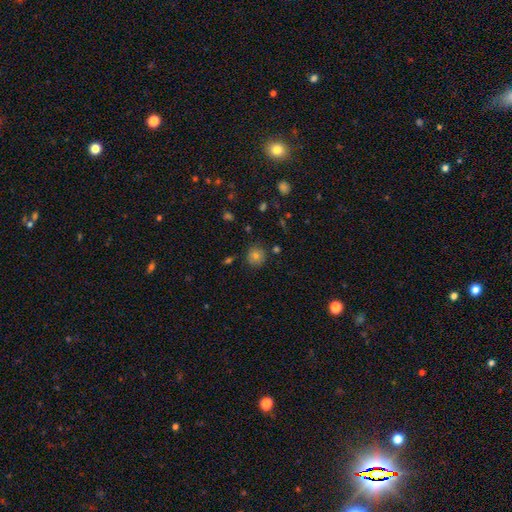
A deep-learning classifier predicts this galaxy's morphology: Smooth or featured?
  - smooth: 75% *
  - star or artifact: 14%
  - featured or disk: 11%
How rounded?
  - round: 89% *
  - in between: 10%
  - cigar-shaped: 1%
Merging?
  - none: 83% *
  - minor disturbance: 12%
  - merger: 3%
  - major disturbance: 3%